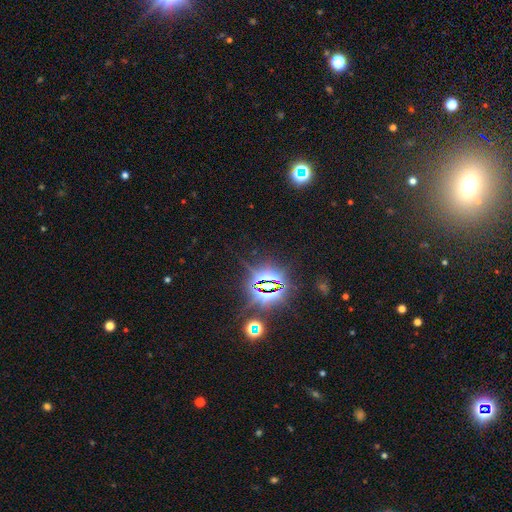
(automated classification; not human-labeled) The model was most divided on "smooth or featured": star or artifact: 72%, smooth: 16%, featured or disk: 11%.